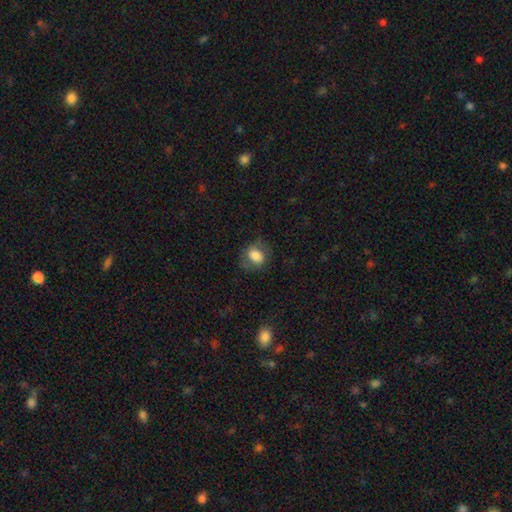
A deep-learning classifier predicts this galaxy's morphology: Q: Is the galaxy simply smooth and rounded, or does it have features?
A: smooth — 76%.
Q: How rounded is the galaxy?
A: in between — 57%.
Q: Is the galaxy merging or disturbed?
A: none — 63%.